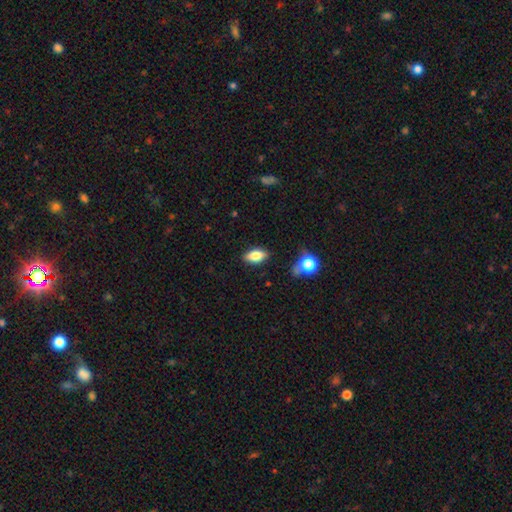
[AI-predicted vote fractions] smooth_or_featured: smooth (p=0.76) [alt: featured or disk p=0.15]
how_rounded: in between (p=0.87) [alt: cigar-shaped p=0.08]
merging: none (p=0.84) [alt: minor disturbance p=0.11]